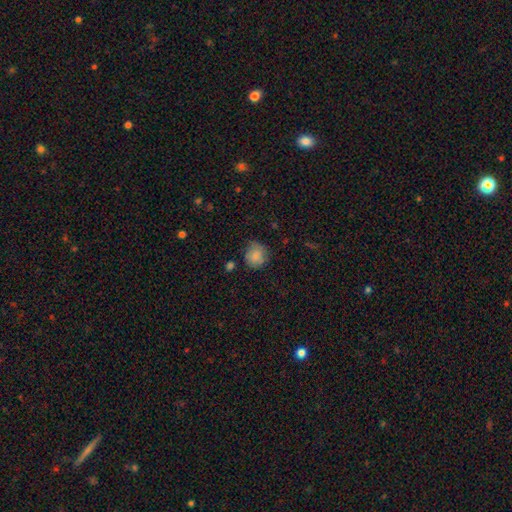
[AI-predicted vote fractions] Smooth or featured? Predicted: smooth (p=0.83). How rounded? Predicted: round (p=0.85). Merging? Predicted: none (p=0.72).